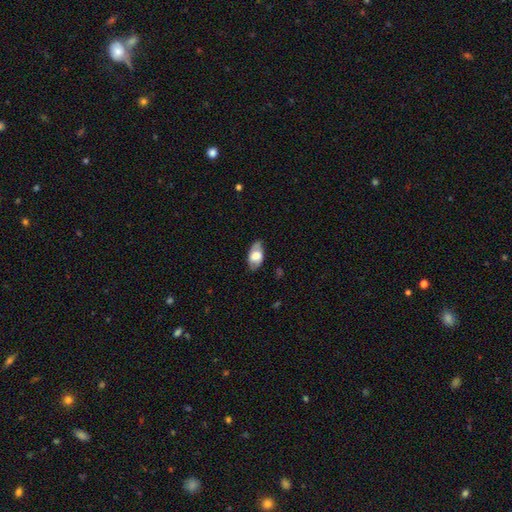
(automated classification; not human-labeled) Smooth or featured? smooth (53%)
How rounded? in between (92%)
Merging? none (76%)